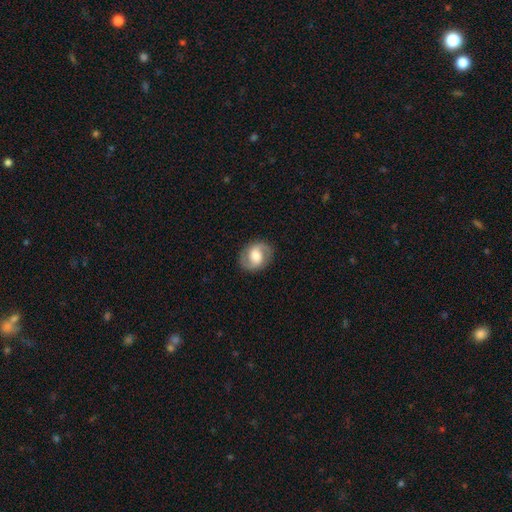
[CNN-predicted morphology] Smooth or featured? featured or disk (74%)
Edge-on disk? no (97%)
Bar? weak (44%)
Spiral arms? yes (91%)
Spiral winding? medium (51%)
Spiral arm count? 2 (92%)
Bulge size? moderate (55%)
Merging? none (86%)